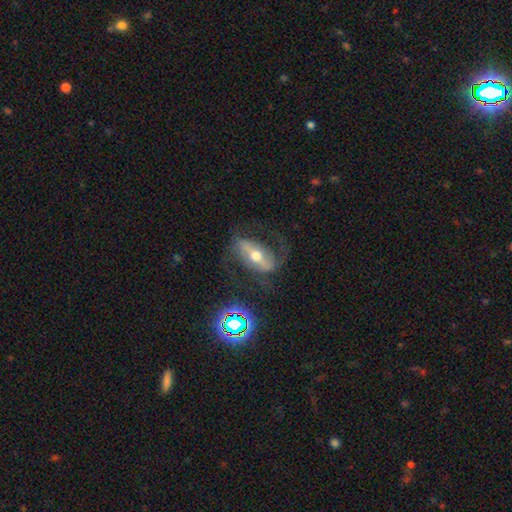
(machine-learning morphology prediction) Q: Smooth or featured?
A: featured or disk (73%); runner-up: smooth (16%)
Q: Edge-on disk?
A: no (87%); runner-up: yes (13%)
Q: Bar?
A: strong (60%); runner-up: weak (23%)
Q: Spiral arms?
A: yes (83%); runner-up: no (17%)
Q: Spiral winding?
A: loose (43%); runner-up: medium (41%)
Q: Spiral arm count?
A: 2 (83%); runner-up: can't tell (7%)
Q: Bulge size?
A: moderate (69%); runner-up: small (22%)
Q: Merging?
A: none (65%); runner-up: major disturbance (16%)